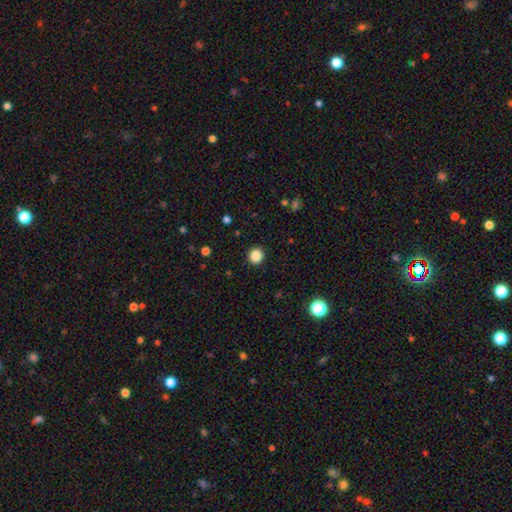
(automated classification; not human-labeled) Smooth or featured? Predicted: smooth (p=0.86). How rounded? Predicted: round (p=0.92). Merging? Predicted: none (p=0.92).